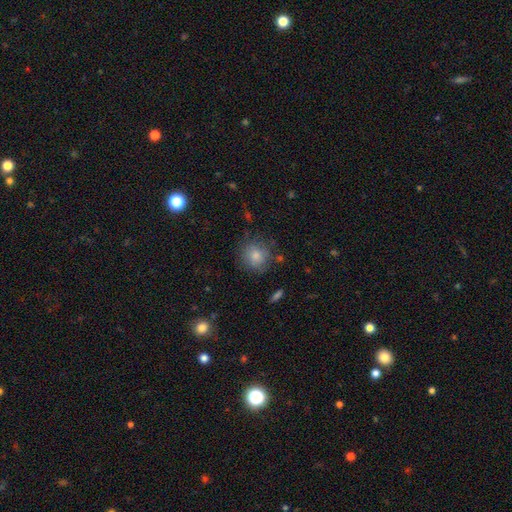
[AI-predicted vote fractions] Smooth or featured?
  - smooth: 81% *
  - featured or disk: 10%
  - star or artifact: 9%
How rounded?
  - round: 88% *
  - in between: 11%
  - cigar-shaped: 1%
Merging?
  - none: 78% *
  - minor disturbance: 15%
  - major disturbance: 5%
  - merger: 3%